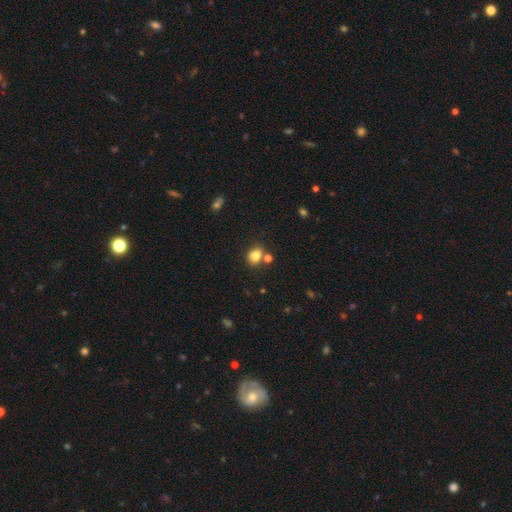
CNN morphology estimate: The model was most divided on "how rounded": round: 53%, in between: 46%, cigar-shaped: 1%. More confident: smooth or featured — smooth (81%); merging — none (64%).